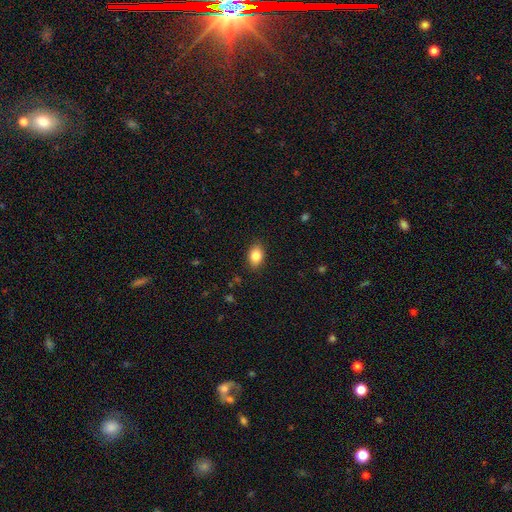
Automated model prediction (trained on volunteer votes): This appears to be a smooth galaxy with no disk features (85%) that is in between round and cigar-shaped (80%). Merging: none (88%).